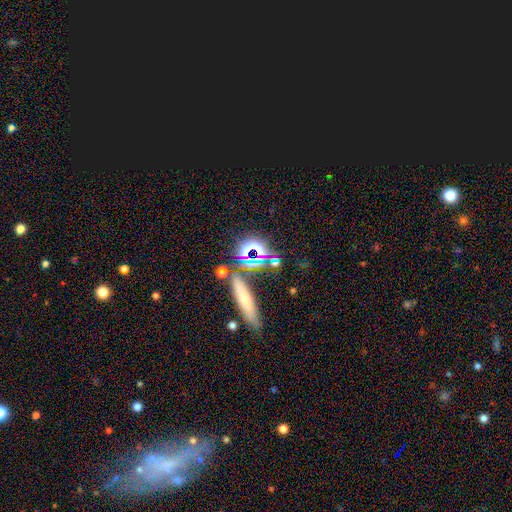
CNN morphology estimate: smooth_or_featured: star or artifact (p=0.52) [alt: smooth p=0.35]